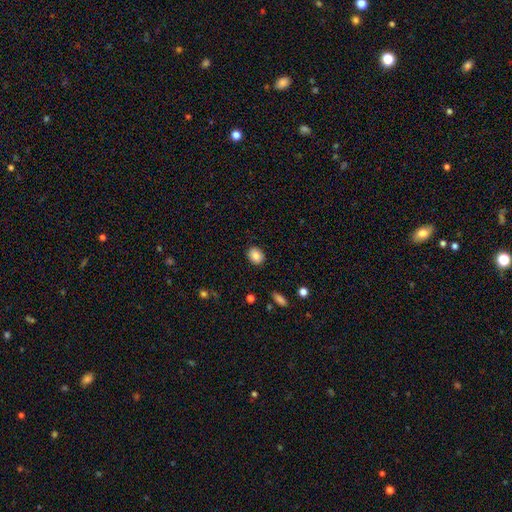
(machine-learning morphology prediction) This is clearly a smooth galaxy (84%). How rounded: possibly in between (50%). Merging: clearly none (88%).